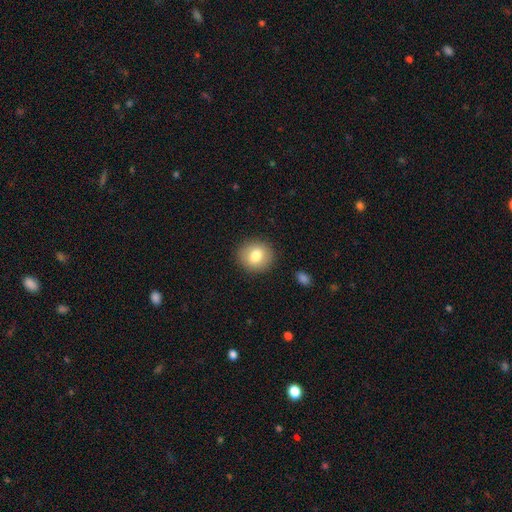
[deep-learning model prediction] smooth 78%, featured or disk 13%, star or artifact 9%. Down the decision tree: how rounded — round (82%); merging — none (89%).